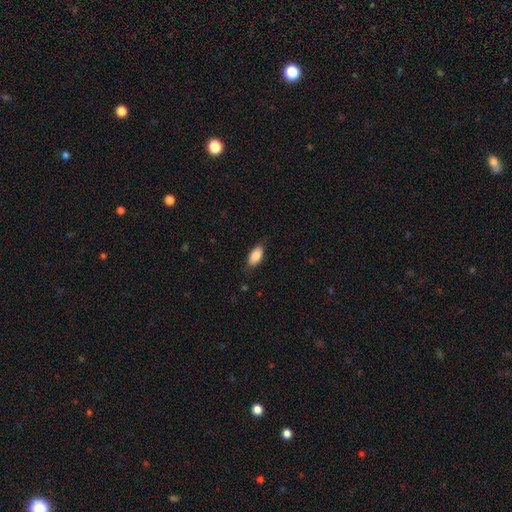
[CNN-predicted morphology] Overall: smooth (85%). How rounded: in between (90%). Merging: none (79%).